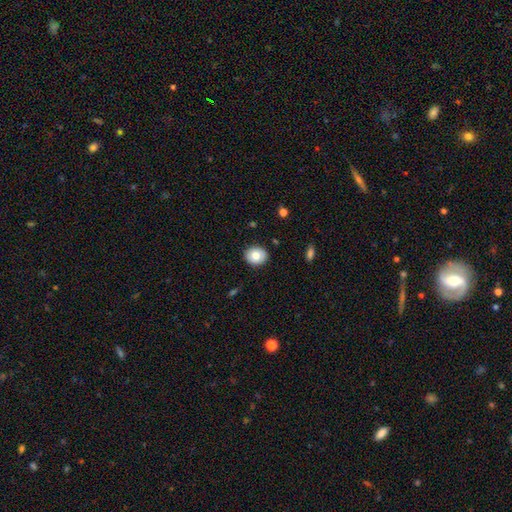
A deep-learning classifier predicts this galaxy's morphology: type=smooth (77%); roundness=round (64%); merging=none (90%).